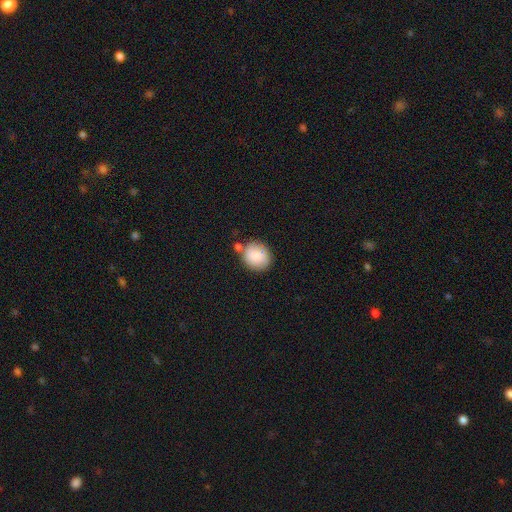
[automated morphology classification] Overall: smooth (85%). How rounded: round (73%). Merging: none (65%).